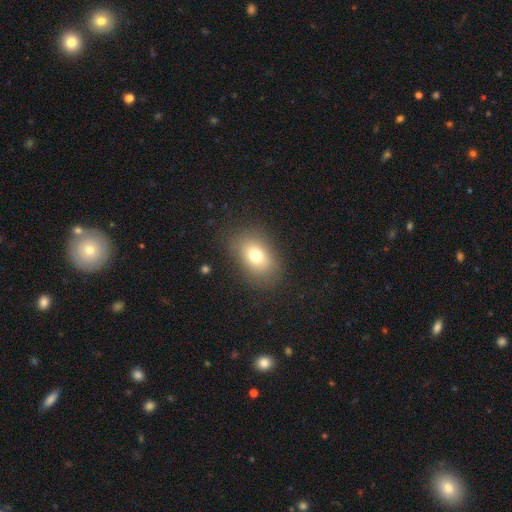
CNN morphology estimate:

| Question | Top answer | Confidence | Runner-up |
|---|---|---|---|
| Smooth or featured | smooth | 74% | featured or disk (14%) |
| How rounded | in between | 73% | round (25%) |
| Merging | none | 81% | minor disturbance (12%) |